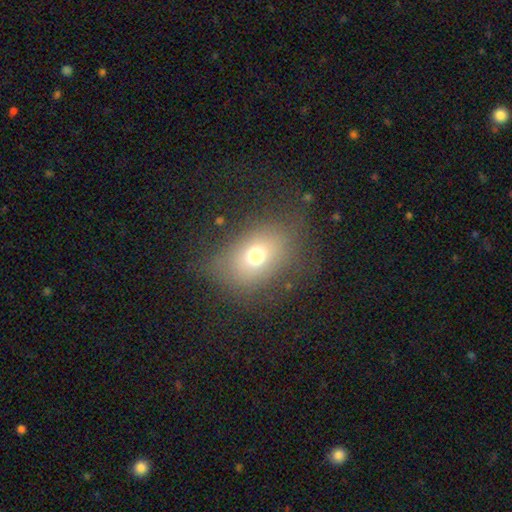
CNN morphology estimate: Smooth or featured: smooth — 69% (featured or disk — 16%)
How rounded: in between — 66% (round — 33%)
Merging: none — 71% (minor disturbance — 17%)